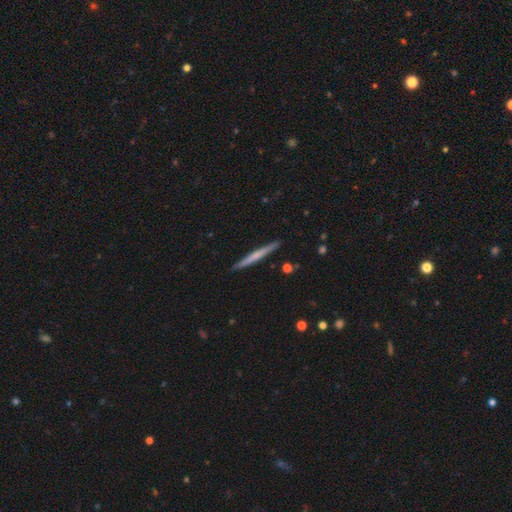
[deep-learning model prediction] This is possibly a featured or disk galaxy (49%). Merging: clearly none (91%).